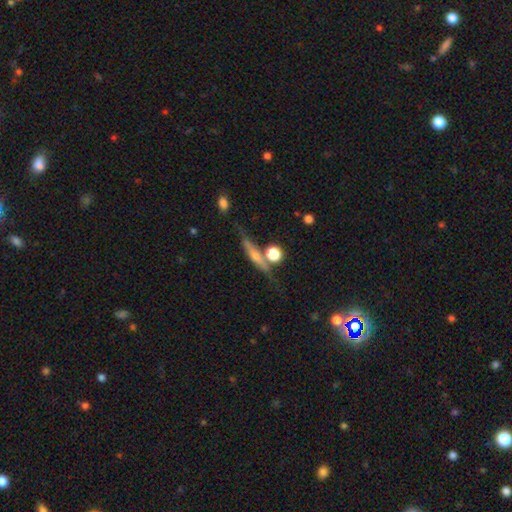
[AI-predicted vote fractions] smooth-or-featured: featured or disk: 58% | smooth: 31% | star or artifact: 11%
  disk-edge-on: yes: 92% | no: 8%
    edge-on-bulge: rounded: 69% | none: 21% | boxy: 10%
  merging: none: 71% | minor disturbance: 15% | merger: 10% | major disturbance: 5%